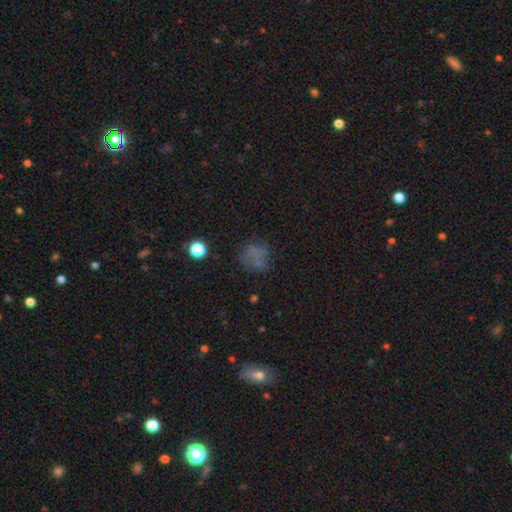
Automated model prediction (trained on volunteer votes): Q: Smooth or featured?
A: smooth (55%); runner-up: star or artifact (25%)
Q: How rounded?
A: round (76%); runner-up: in between (23%)
Q: Merging?
A: none (58%); runner-up: minor disturbance (19%)